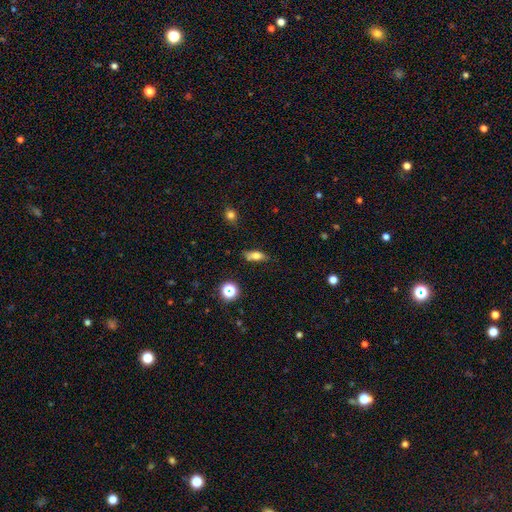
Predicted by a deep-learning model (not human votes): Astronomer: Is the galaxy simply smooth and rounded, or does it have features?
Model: smooth — 69%.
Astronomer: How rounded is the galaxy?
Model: in between — 68%.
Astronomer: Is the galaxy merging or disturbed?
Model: none — 75%.